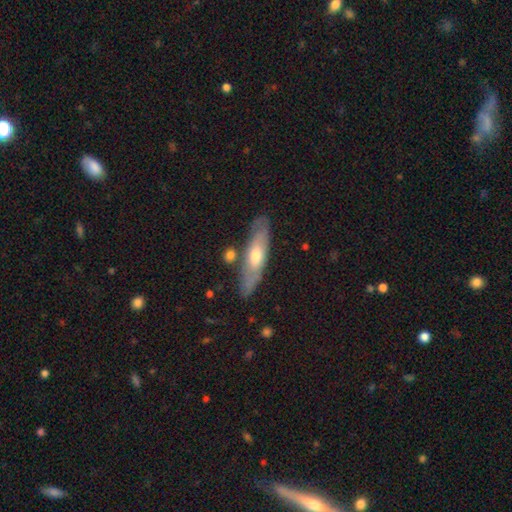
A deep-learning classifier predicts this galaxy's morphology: smooth_or_featured: featured or disk (p=0.48) [alt: smooth p=0.46]
merging: none (p=0.77) [alt: minor disturbance p=0.15]